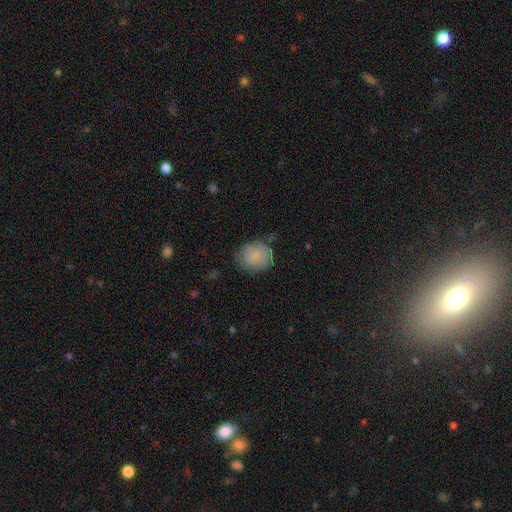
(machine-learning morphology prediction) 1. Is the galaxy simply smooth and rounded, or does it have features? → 83% smooth, 9% featured or disk, 7% star or artifact.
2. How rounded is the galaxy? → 70% round, 29% in between, 1% cigar-shaped.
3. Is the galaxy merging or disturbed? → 73% none, 20% minor disturbance, 5% major disturbance, 2% merger.